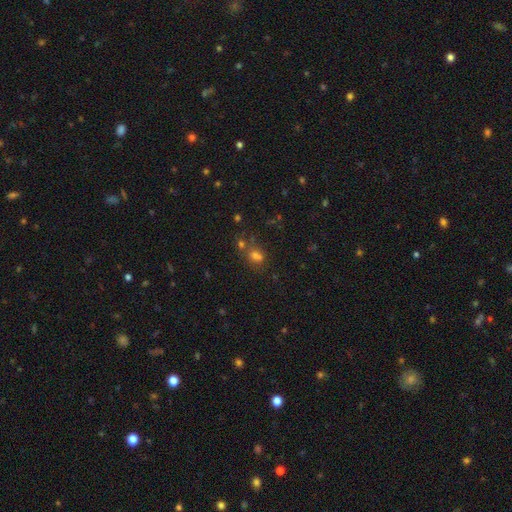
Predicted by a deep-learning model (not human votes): smooth-or-featured: smooth: 59% | star or artifact: 29% | featured or disk: 12%
  how-rounded: round: 53% | in between: 45% | cigar-shaped: 2%
  merging: none: 48% | merger: 33% | minor disturbance: 12% | major disturbance: 7%